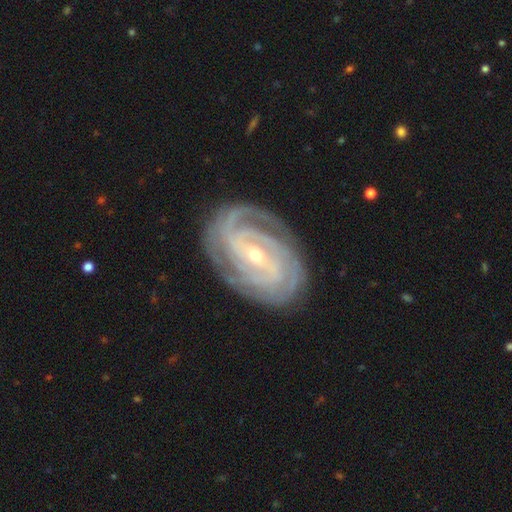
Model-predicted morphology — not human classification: type=featured or disk (91%); edge-on=no (97%); bar=weak (41%); spiral arms=yes (98%); winding=tight (74%); arm count=3 (32%); bulge=small (61%); merging=none (80%).